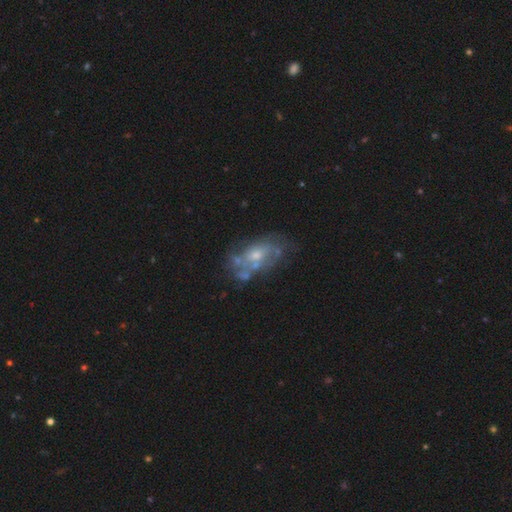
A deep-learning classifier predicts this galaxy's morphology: This is likely a featured or disk galaxy (68%). It is clearly not viewed edge-on (95%). Bar: likely no (76%). Spiral arm pattern: possibly no (51%). Central bulge: possibly small (48%). Merging: possibly none (51%).